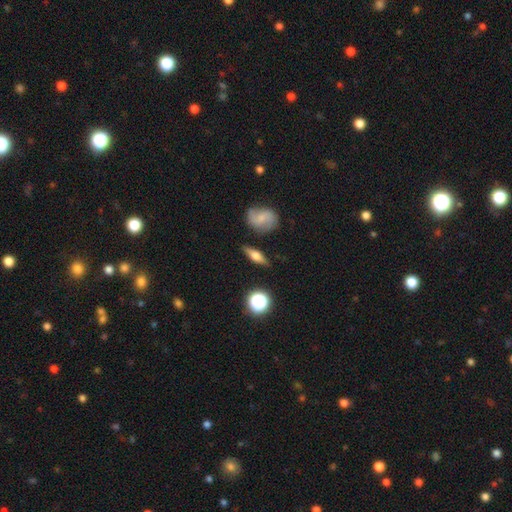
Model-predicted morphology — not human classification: Overall: featured or disk (53%; smooth 38%). Edge-on disk: yes (83%). Merging: none (83%).